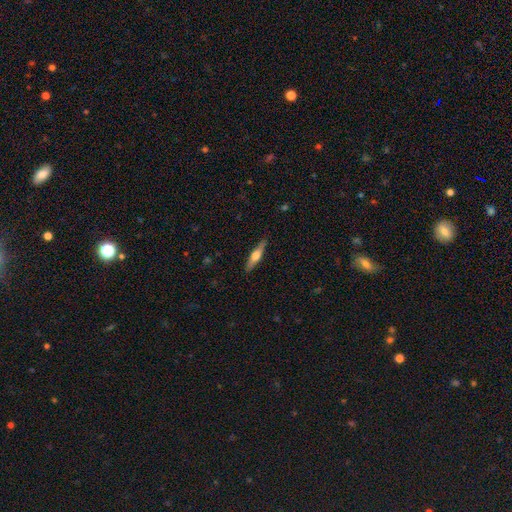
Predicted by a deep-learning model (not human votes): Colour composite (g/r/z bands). It shows a featured or disk galaxy (50%). Merging: none (89%).